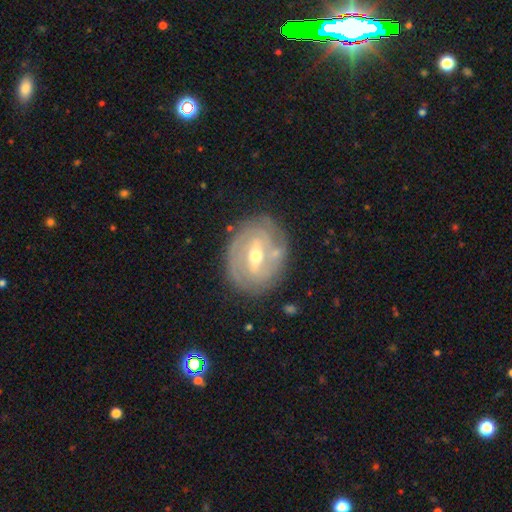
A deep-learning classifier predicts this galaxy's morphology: smooth-or-featured: featured or disk: 84% | smooth: 11% | star or artifact: 5%
  disk-edge-on: no: 95% | yes: 5%
    bar: weak: 46% | strong: 38% | no: 16%
    has-spiral-arms: yes: 88% | no: 12%
      spiral-winding: tight: 70% | medium: 24% | loose: 7%
      spiral-arm-count: 2: 40% | can't tell: 29% | 3: 18% | 4: 6% | 1: 4% | more than 4: 3%
    bulge-size: moderate: 63% | small: 33% | large: 3% | none: 1% | dominant: 1%
  merging: none: 78% | minor disturbance: 15% | major disturbance: 4% | merger: 3%